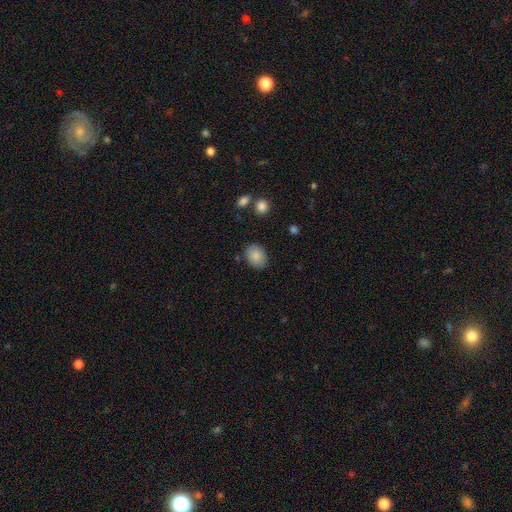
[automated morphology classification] A smooth galaxy with no disk features (85%) that is in between round and cigar-shaped (69%). Merging: none (84%).